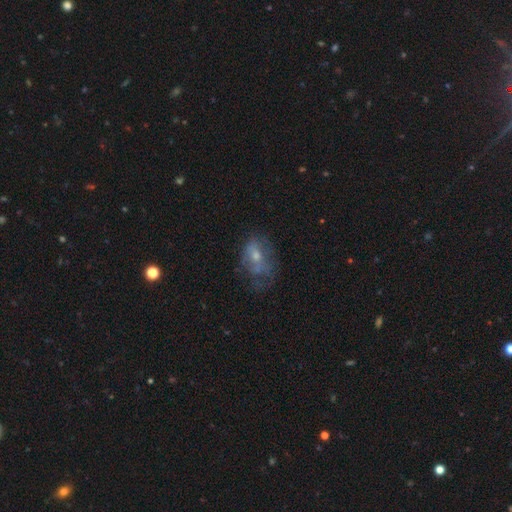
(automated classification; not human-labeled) A featured or disk galaxy (45%).

Vote fractions:
- Smooth or featured? featured or disk: 45% / smooth: 40% / star or artifact: 15%
- Merging? none: 46% / minor disturbance: 26% / major disturbance: 25% / merger: 3%